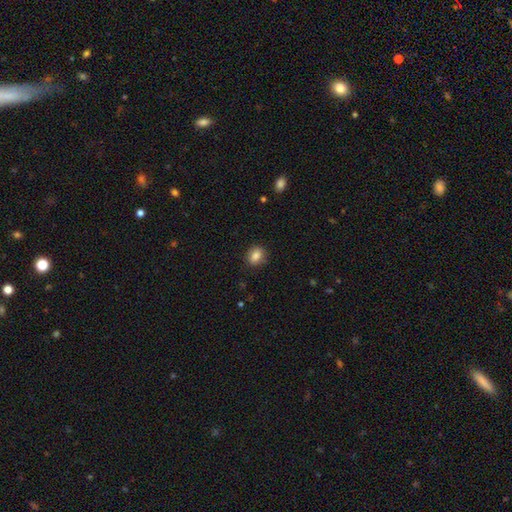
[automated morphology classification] Smooth or featured? Predicted: smooth (p=0.85). How rounded? Predicted: in between (p=0.57). Merging? Predicted: none (p=0.85).